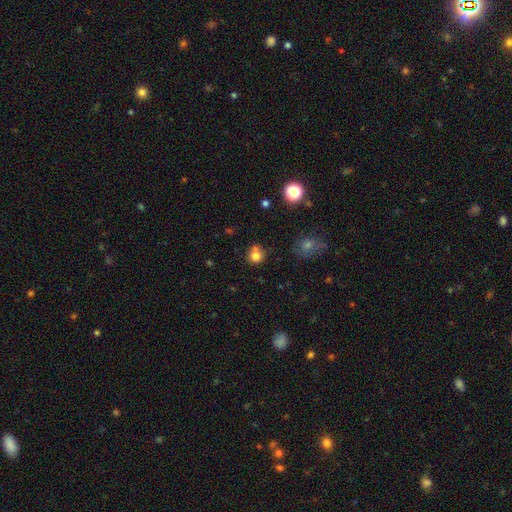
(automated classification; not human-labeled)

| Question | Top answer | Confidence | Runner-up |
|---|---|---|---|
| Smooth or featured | smooth | 79% | star or artifact (13%) |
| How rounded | round | 84% | in between (15%) |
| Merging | none | 63% | minor disturbance (19%) |